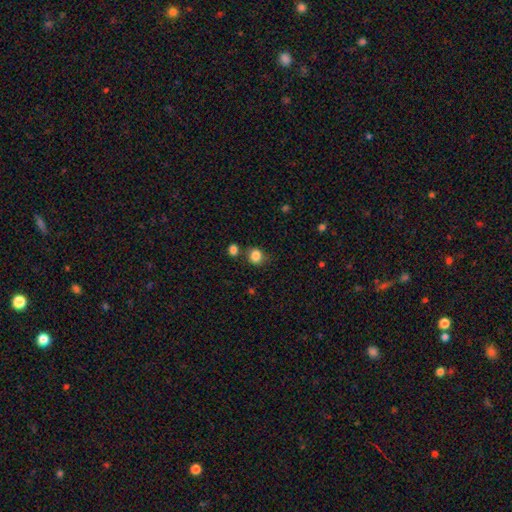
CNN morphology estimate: A smooth galaxy with no disk features (85%) that is round (80%).

Vote fractions:
- Smooth or featured? smooth: 85% / star or artifact: 11% / featured or disk: 5%
- How rounded? round: 80% / in between: 19% / cigar-shaped: 1%
- Merging? none: 70% / minor disturbance: 14% / merger: 12% / major disturbance: 4%